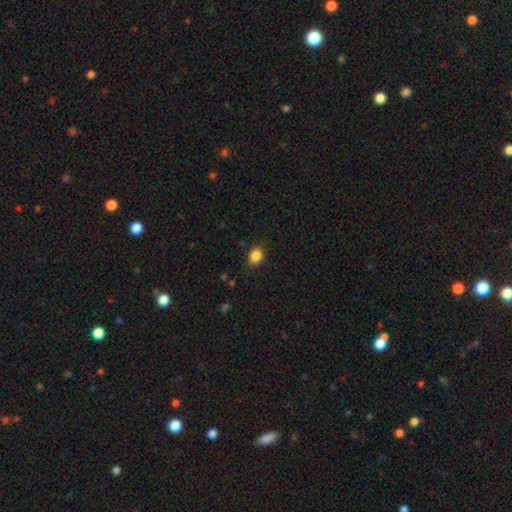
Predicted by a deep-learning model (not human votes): Overall: smooth (86%). How rounded: in between (56%; round 43%). Merging: none (82%).